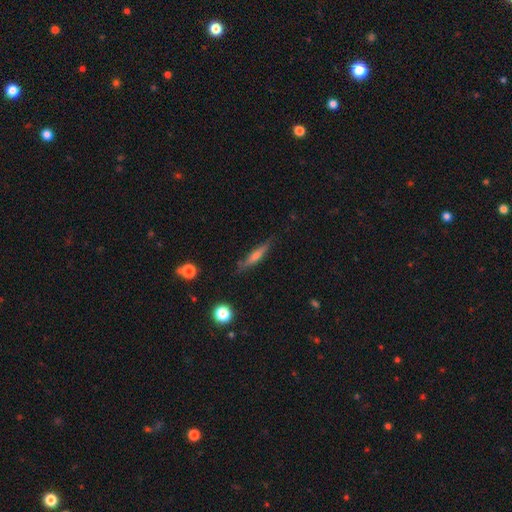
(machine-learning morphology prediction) Overall: featured or disk (55%; smooth 36%). Edge-on disk: yes (93%). Edge-on bulge: rounded (70%). Merging: none (84%).